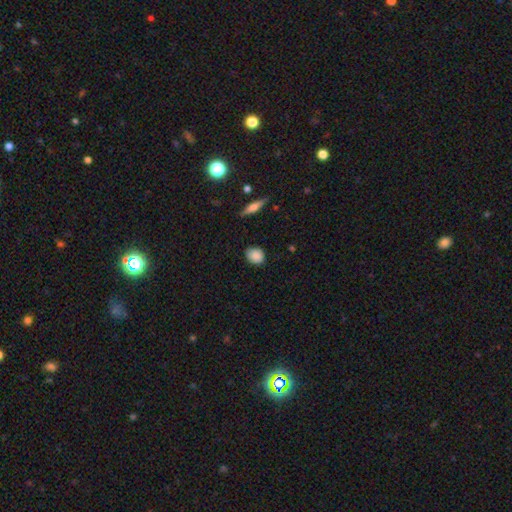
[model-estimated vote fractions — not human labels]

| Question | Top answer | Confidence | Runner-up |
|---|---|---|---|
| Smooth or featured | smooth | 86% | star or artifact (8%) |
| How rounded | round | 58% | in between (40%) |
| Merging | none | 81% | minor disturbance (15%) |